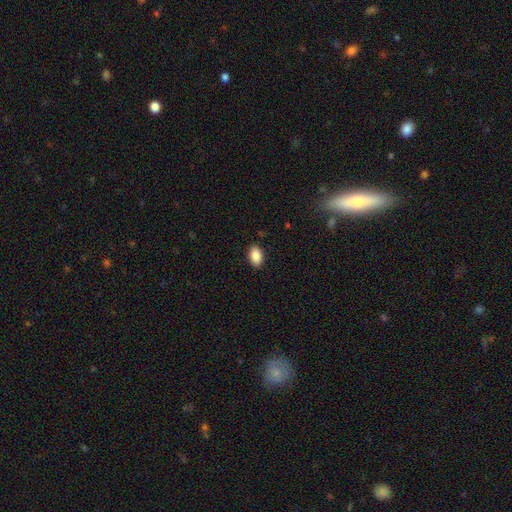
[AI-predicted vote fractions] Q: Smooth or featured?
A: smooth (89%); runner-up: star or artifact (7%)
Q: How rounded?
A: in between (92%); runner-up: round (6%)
Q: Merging?
A: none (89%); runner-up: minor disturbance (8%)